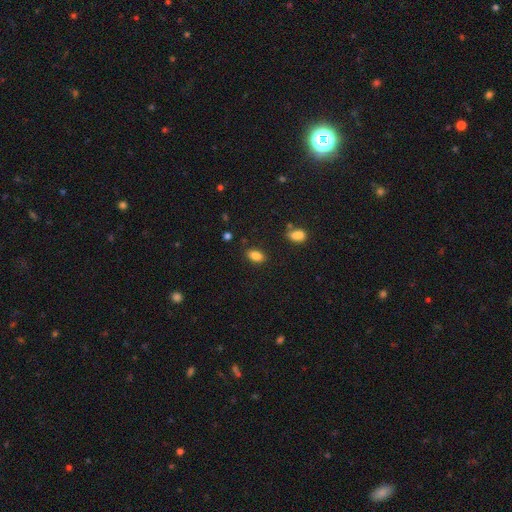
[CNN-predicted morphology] Smooth or featured?
  - smooth: 85% *
  - star or artifact: 9%
  - featured or disk: 6%
How rounded?
  - in between: 88% *
  - round: 9%
  - cigar-shaped: 4%
Merging?
  - none: 85% *
  - minor disturbance: 11%
  - major disturbance: 3%
  - merger: 2%